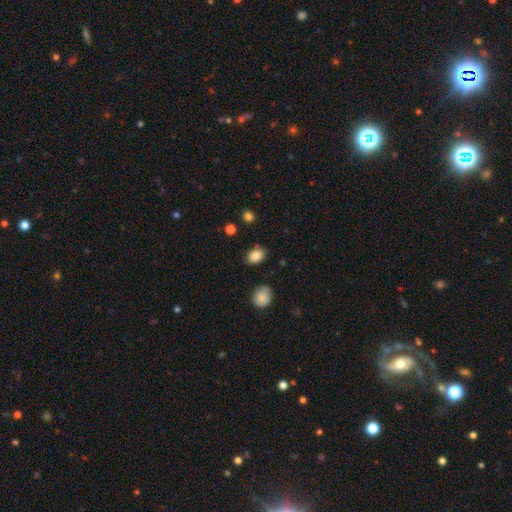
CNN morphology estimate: This appears to be a smooth galaxy with no disk features (86%) that is in between round and cigar-shaped (77%). Merging: none (80%).